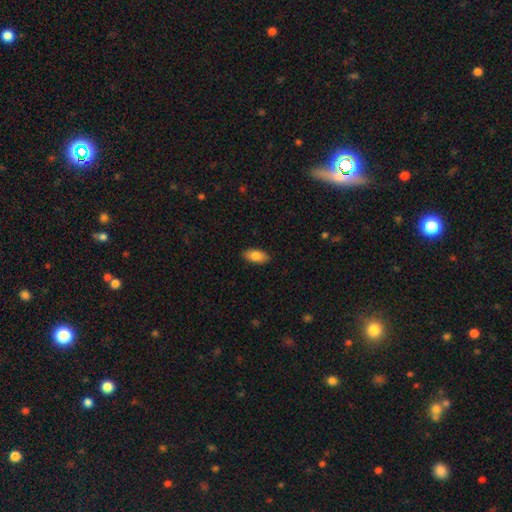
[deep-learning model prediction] Morphology: type=smooth (84%); roundness=in between (91%); merging=none (89%).